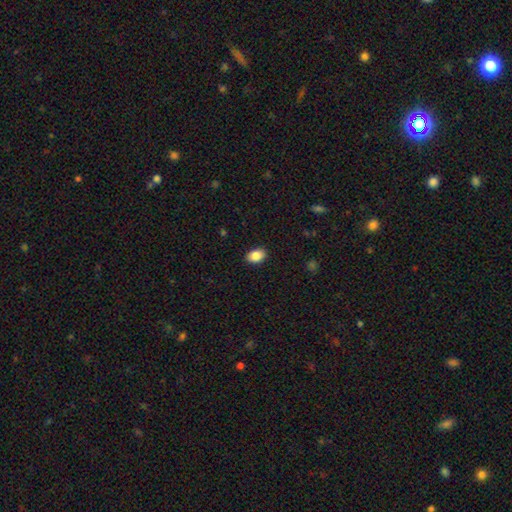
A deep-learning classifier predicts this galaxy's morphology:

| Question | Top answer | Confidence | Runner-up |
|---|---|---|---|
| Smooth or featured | smooth | 88% | star or artifact (8%) |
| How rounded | in between | 83% | round (16%) |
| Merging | none | 89% | minor disturbance (8%) |